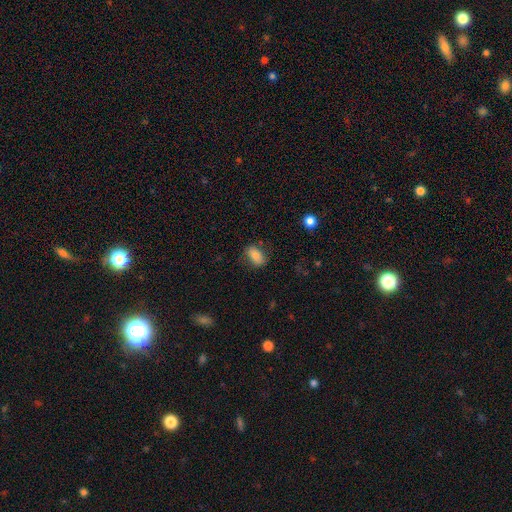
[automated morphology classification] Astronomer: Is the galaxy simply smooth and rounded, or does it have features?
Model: smooth — 78%.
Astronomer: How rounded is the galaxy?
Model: in between — 85%.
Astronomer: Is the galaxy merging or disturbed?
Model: none — 76%.